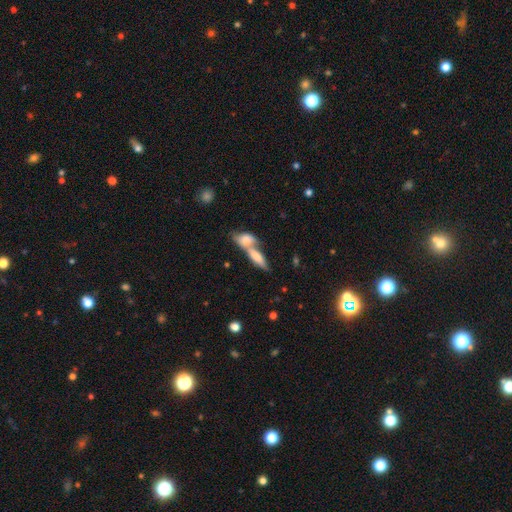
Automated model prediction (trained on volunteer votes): This is likely a smooth galaxy (66%). How rounded: possibly in between (58%). Merging: likely merger (64%).